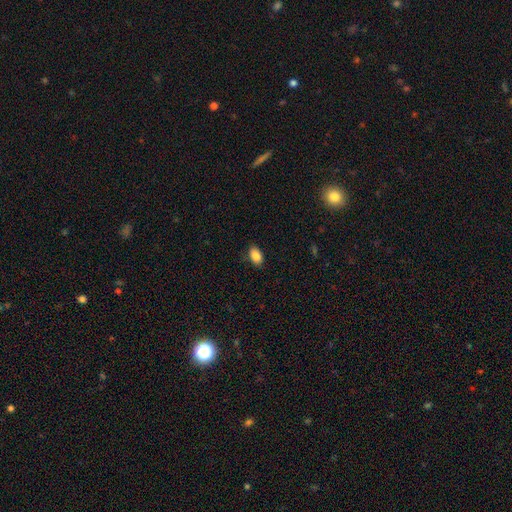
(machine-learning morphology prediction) Smooth or featured?
  - smooth: 88% *
  - star or artifact: 8%
  - featured or disk: 4%
How rounded?
  - in between: 89% *
  - round: 9%
  - cigar-shaped: 2%
Merging?
  - none: 86% *
  - minor disturbance: 11%
  - major disturbance: 2%
  - merger: 1%